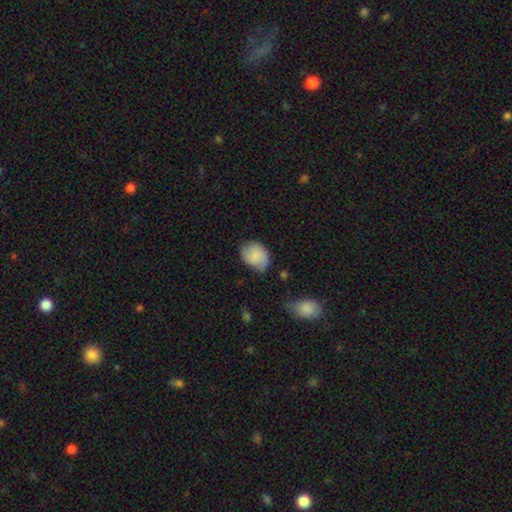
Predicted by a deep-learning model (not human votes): smooth 74%, featured or disk 18%, star or artifact 8%. Down the decision tree: how rounded — in between (59%); merging — none (57%).